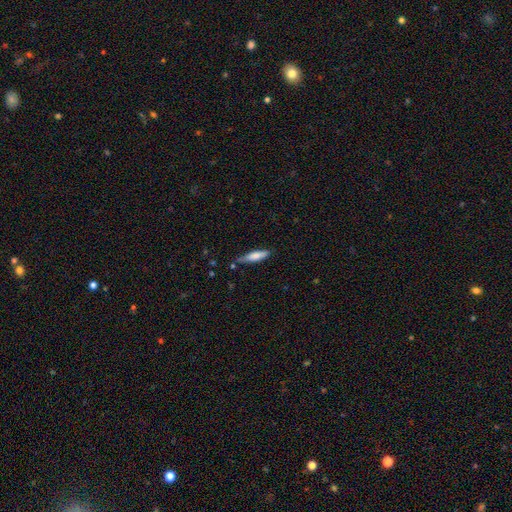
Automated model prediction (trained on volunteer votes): Smooth or featured: smooth — 70% (featured or disk — 24%)
How rounded: cigar-shaped — 75% (in between — 24%)
Merging: none — 74% (minor disturbance — 19%)